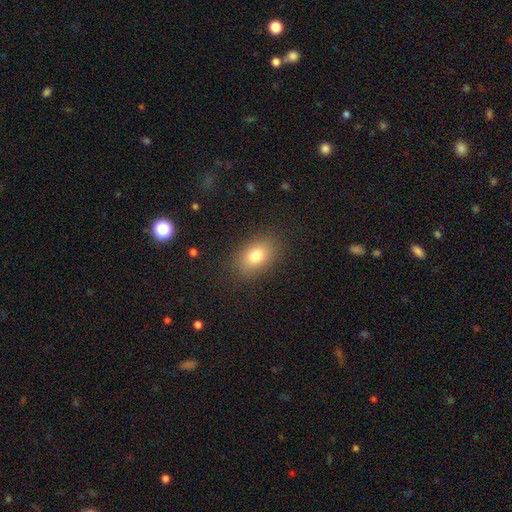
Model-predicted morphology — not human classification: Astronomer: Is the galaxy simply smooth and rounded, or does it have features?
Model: smooth — 78%.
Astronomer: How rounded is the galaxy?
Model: in between — 81%.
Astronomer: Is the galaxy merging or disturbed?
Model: none — 85%.